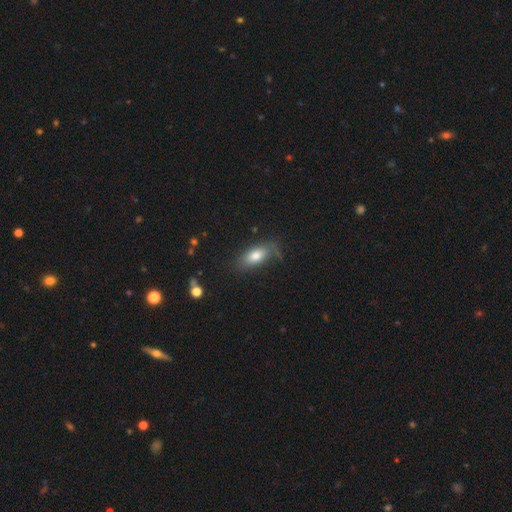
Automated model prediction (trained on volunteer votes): smooth-or-featured: smooth: 75% | featured or disk: 17% | star or artifact: 8%
  how-rounded: in between: 85% | cigar-shaped: 10% | round: 4%
  merging: none: 67% | minor disturbance: 22% | major disturbance: 8% | merger: 3%